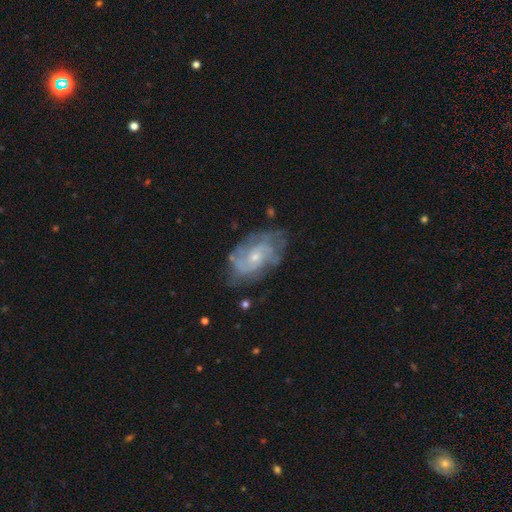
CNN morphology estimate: A featured or disk galaxy (70%) with no bar (61%), tight (52%) spiral arms (89%) and a small central bulge (58%).

Vote fractions:
- Smooth or featured? featured or disk: 70% / smooth: 16% / star or artifact: 13%
- Edge-on disk? no: 95% / yes: 5%
- Bar? no: 61% / weak: 33% / strong: 6%
- Spiral arms? yes: 89% / no: 11%
- Spiral winding? tight: 52% / medium: 36% / loose: 12%
- Spiral arm count? can't tell: 41% / 2: 25% / 3: 15% / 4: 9% / more than 4: 5% / 1: 5%
- Bulge size? small: 58% / moderate: 36% / none: 3% / large: 2% / dominant: 1%
- Merging? none: 75% / minor disturbance: 17% / major disturbance: 6% / merger: 2%